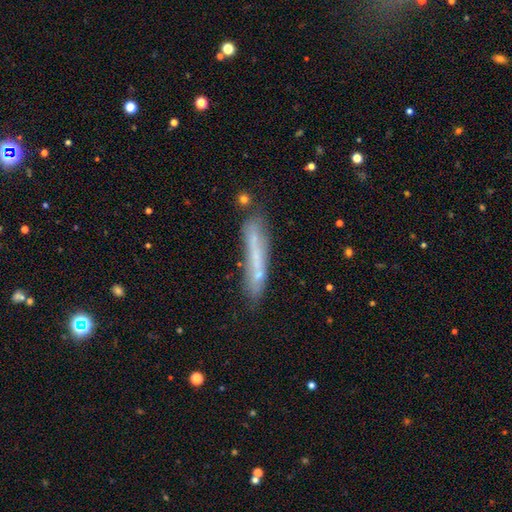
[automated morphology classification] type=smooth (50%); merging=none (69%).